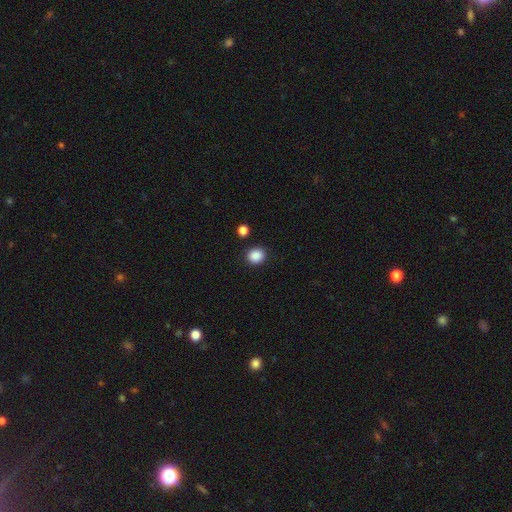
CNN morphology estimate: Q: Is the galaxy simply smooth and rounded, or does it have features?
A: smooth — 88%.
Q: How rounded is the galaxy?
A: round — 77%.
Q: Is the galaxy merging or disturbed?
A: none — 88%.